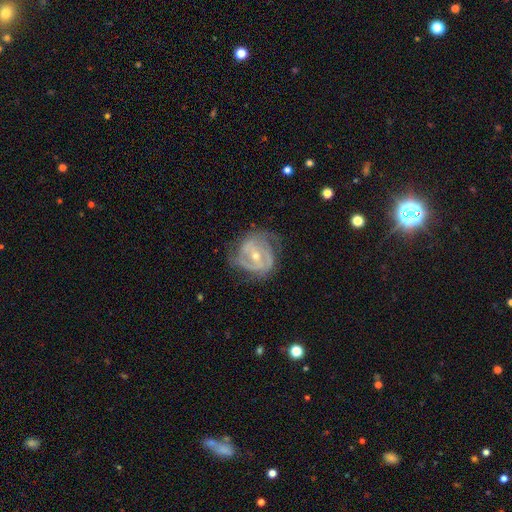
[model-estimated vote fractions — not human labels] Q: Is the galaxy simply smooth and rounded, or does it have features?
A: featured or disk — 87%.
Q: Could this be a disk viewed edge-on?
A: no — 97%.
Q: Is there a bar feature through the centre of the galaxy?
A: weak — 42%.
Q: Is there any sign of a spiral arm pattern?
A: yes — 93%.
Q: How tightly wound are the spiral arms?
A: tight — 51%.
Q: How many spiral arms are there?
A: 2 — 41%.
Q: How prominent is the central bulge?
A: small — 51%.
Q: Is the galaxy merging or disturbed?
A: none — 63%.